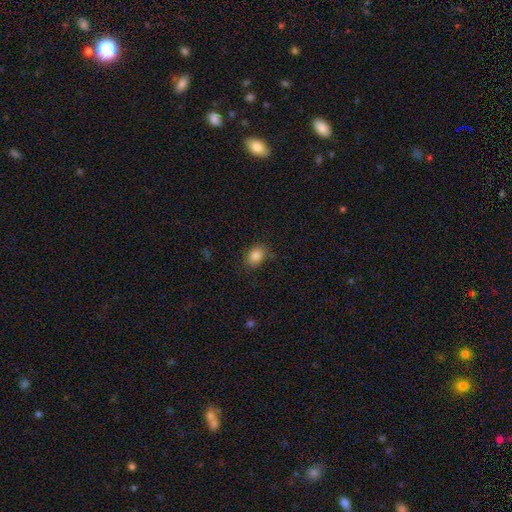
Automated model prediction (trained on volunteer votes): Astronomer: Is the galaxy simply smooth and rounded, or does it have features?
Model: smooth — 86%.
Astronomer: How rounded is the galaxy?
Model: in between — 70%.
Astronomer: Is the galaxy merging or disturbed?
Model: none — 80%.